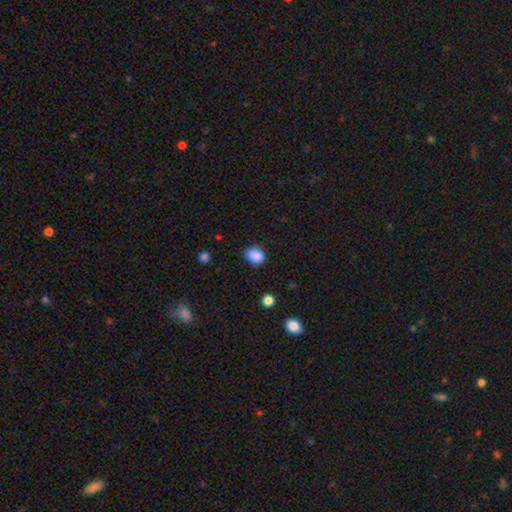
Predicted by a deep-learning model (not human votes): Morphology: type=smooth (88%); roundness=in between (62%); merging=none (73%).